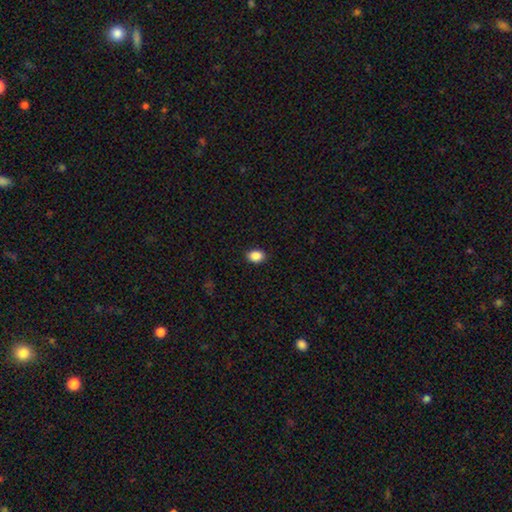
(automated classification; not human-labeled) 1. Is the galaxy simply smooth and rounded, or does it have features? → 88% smooth, 9% star or artifact, 3% featured or disk.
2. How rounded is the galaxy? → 72% in between, 27% round, 1% cigar-shaped.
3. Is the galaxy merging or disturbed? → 88% none, 9% minor disturbance, 2% major disturbance, 1% merger.